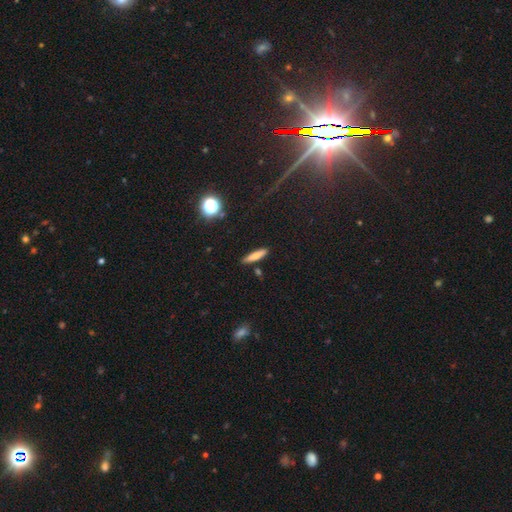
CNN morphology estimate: smooth 75%, featured or disk 16%, star or artifact 10%. Down the decision tree: how rounded — cigar-shaped (83%); merging — none (86%).